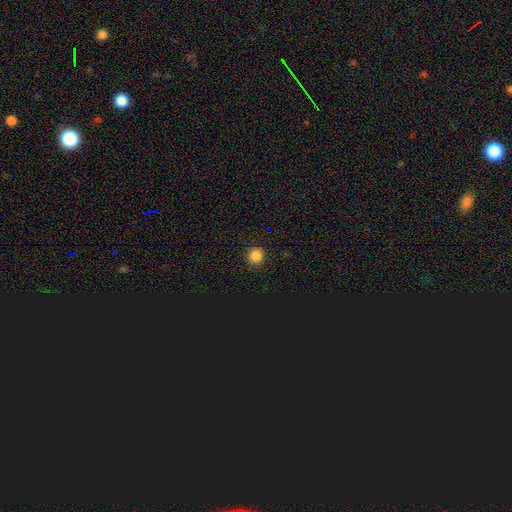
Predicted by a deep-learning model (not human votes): A smooth galaxy with no disk features (83%) that is round (93%).

Vote fractions:
- Smooth or featured? smooth: 83% / star or artifact: 14% / featured or disk: 3%
- How rounded? round: 93% / in between: 6% / cigar-shaped: 1%
- Merging? none: 91% / minor disturbance: 6% / major disturbance: 2% / merger: 1%